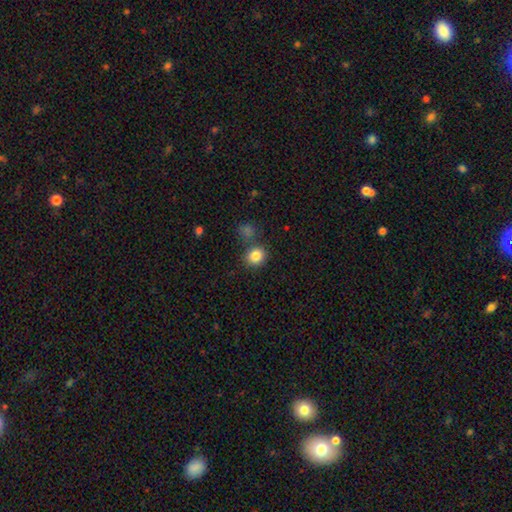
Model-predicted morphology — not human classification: smooth_or_featured: smooth (p=0.84) [alt: star or artifact p=0.10]
how_rounded: round (p=0.80) [alt: in between p=0.19]
merging: none (p=0.77) [alt: merger p=0.10]